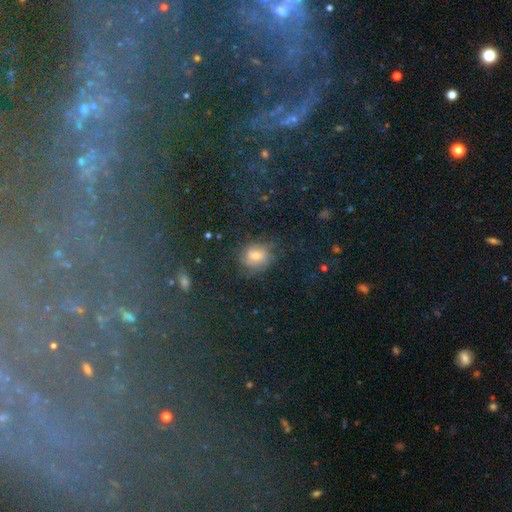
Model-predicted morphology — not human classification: Overall: smooth (43%; featured or disk 29%). Merging: none (61%).